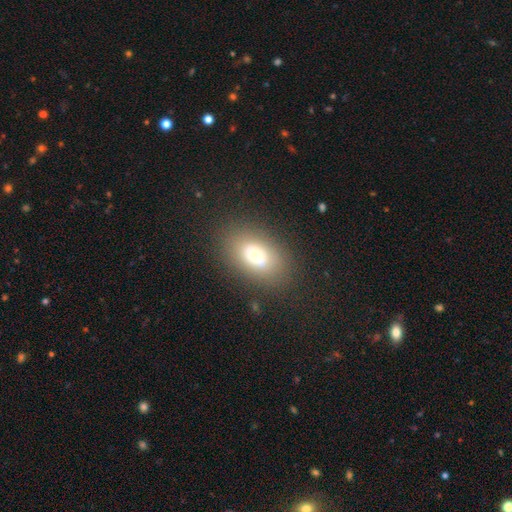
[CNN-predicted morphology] smooth-or-featured: smooth: 72% | featured or disk: 17% | star or artifact: 11%
  how-rounded: in between: 84% | round: 15% | cigar-shaped: 2%
  merging: none: 80% | minor disturbance: 12% | major disturbance: 6% | merger: 2%